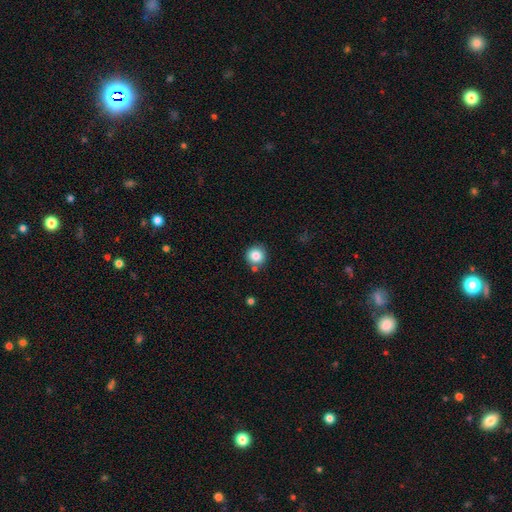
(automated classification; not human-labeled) Smooth or featured? Predicted: smooth (p=0.84). How rounded? Predicted: round (p=0.93). Merging? Predicted: none (p=0.80).